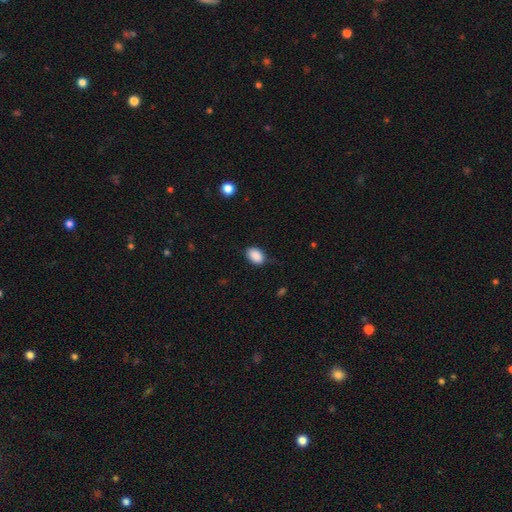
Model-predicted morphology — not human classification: smooth 89%, star or artifact 8%, featured or disk 3%. Down the decision tree: how rounded — in between (85%); merging — none (80%).